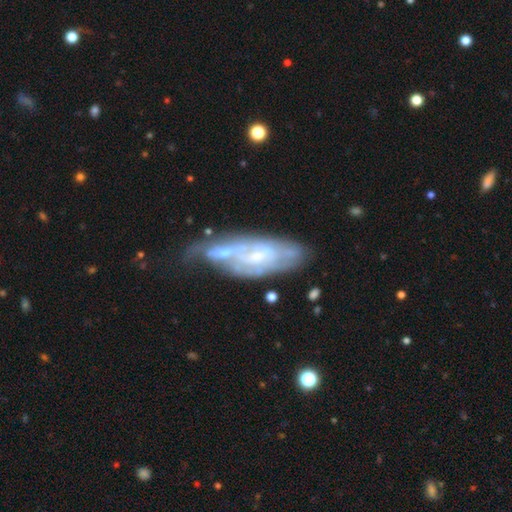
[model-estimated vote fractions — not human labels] Smooth or featured? Predicted: featured or disk (p=0.75). Edge-on disk? Predicted: no (p=0.87). Bar? Predicted: no (p=0.52). Spiral arms? Predicted: yes (p=0.72). Bulge size? Predicted: small (p=0.65). Merging? Predicted: none (p=0.42).